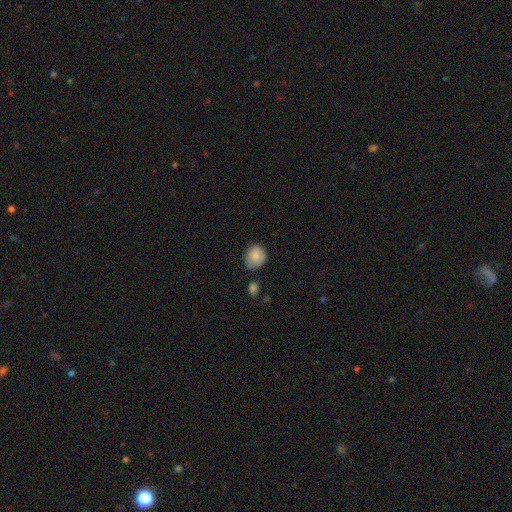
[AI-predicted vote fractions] Smooth or featured? Predicted: smooth (p=0.83). How rounded? Predicted: round (p=0.73). Merging? Predicted: none (p=0.61).